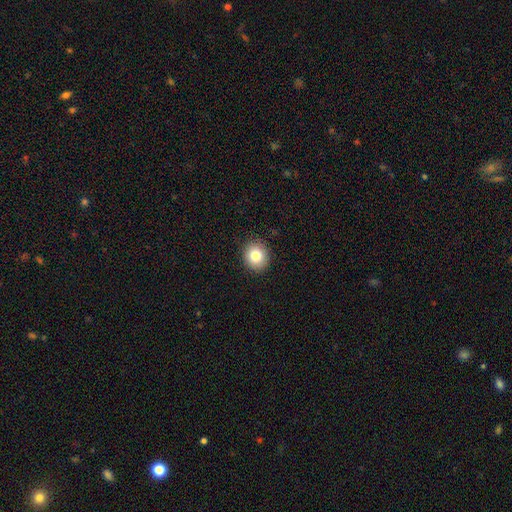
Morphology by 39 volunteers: smooth-or-featured: smooth: 77% | featured or disk: 13% | star or artifact: 10%
  how-rounded: round: 83% | in between: 17% | cigar-shaped: 0%
  merging: none: 97% | minor disturbance: 3% | major disturbance: 0% | merger: 0%